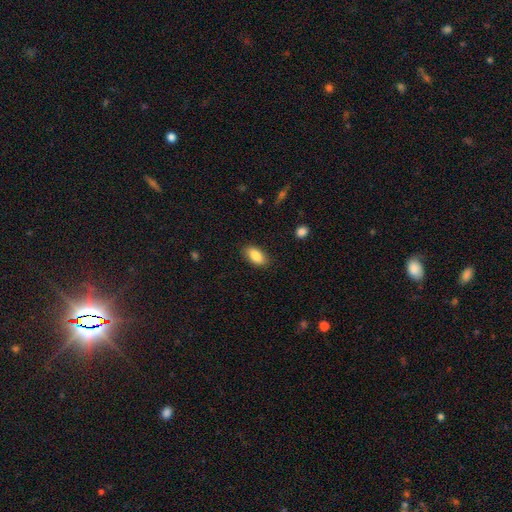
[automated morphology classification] smooth 87%, star or artifact 7%, featured or disk 6%. Down the decision tree: how rounded — in between (92%); merging — none (86%).